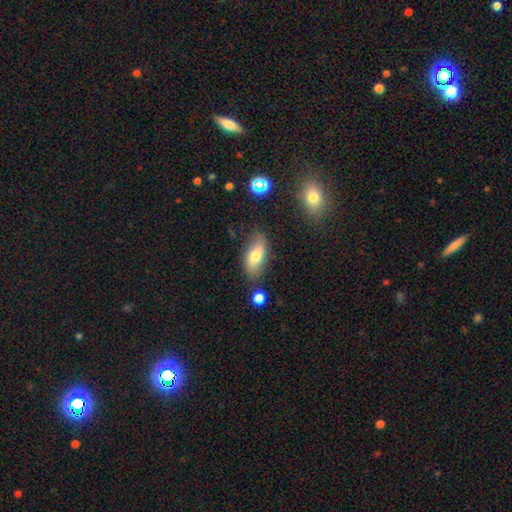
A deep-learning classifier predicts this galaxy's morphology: smooth-or-featured: smooth: 72% | featured or disk: 19% | star or artifact: 9%
  how-rounded: in between: 86% | cigar-shaped: 10% | round: 4%
  merging: none: 72% | minor disturbance: 19% | major disturbance: 5% | merger: 5%